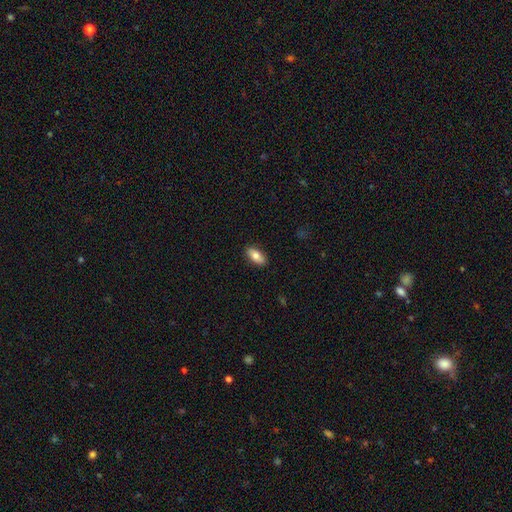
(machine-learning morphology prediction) Smooth or featured: smooth — 78% (featured or disk — 15%)
How rounded: in between — 87% (cigar-shaped — 10%)
Merging: none — 89% (minor disturbance — 8%)